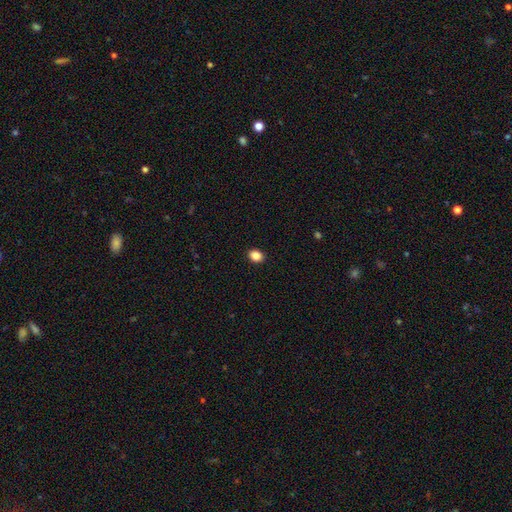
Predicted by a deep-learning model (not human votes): A smooth galaxy with no disk features (86%) that is round (52%). Merging: none (92%).